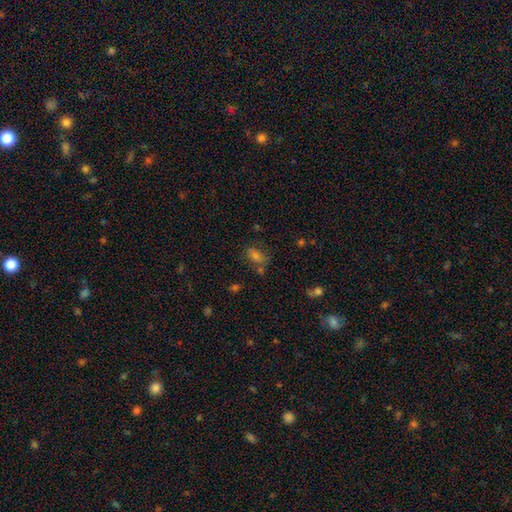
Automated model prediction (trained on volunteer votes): The model was most divided on "smooth or featured": smooth: 58%, star or artifact: 27%, featured or disk: 15%. More confident: how rounded — in between (74%); merging — none (65%).